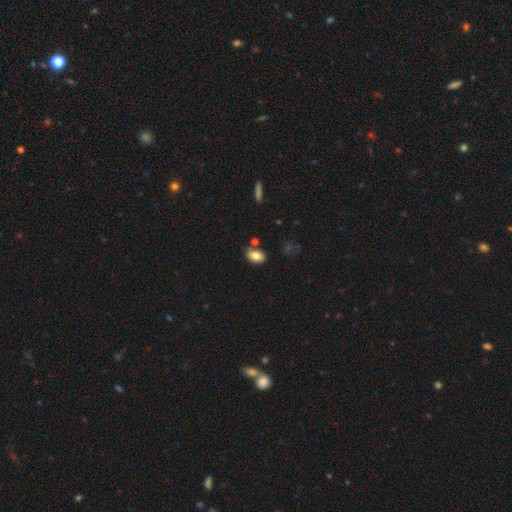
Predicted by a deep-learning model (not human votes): smooth_or_featured: smooth (p=0.81) [alt: featured or disk p=0.11]
how_rounded: in between (p=0.86) [alt: round p=0.12]
merging: none (p=0.71) [alt: minor disturbance p=0.16]